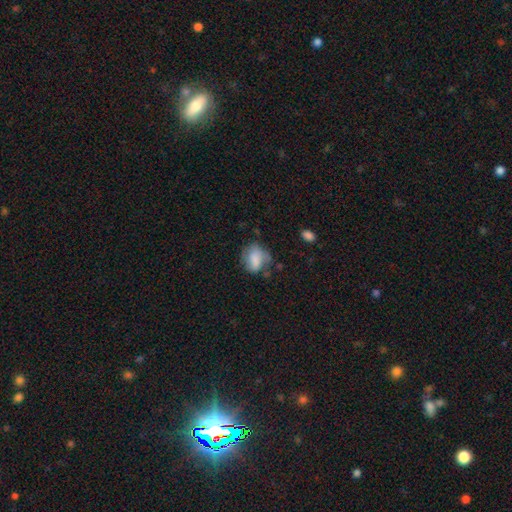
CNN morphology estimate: smooth-or-featured: smooth: 72% | featured or disk: 20% | star or artifact: 9%
  how-rounded: in between: 64% | round: 34% | cigar-shaped: 2%
  merging: none: 45% | minor disturbance: 32% | major disturbance: 19% | merger: 5%